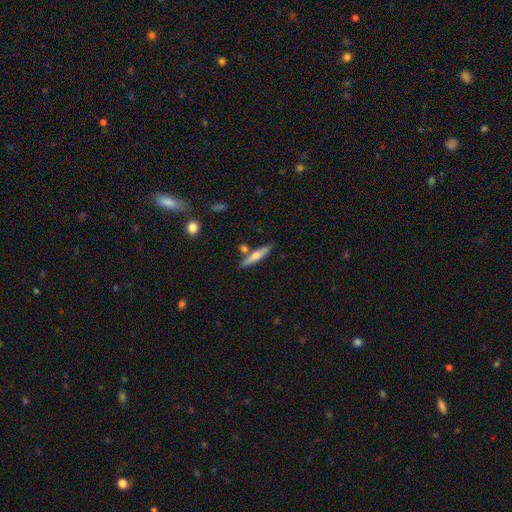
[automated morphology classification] Smooth or featured? smooth (57%)
How rounded? cigar-shaped (87%)
Merging? none (76%)